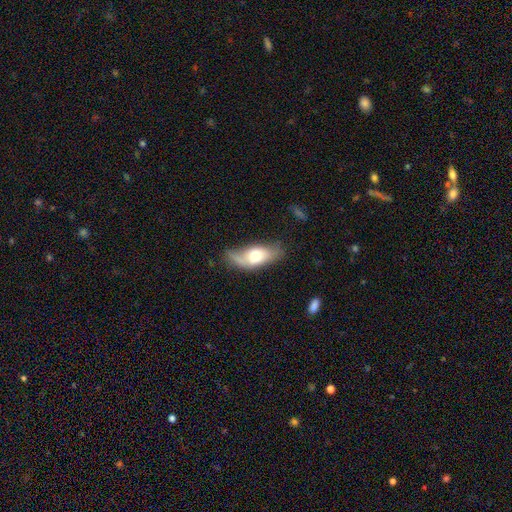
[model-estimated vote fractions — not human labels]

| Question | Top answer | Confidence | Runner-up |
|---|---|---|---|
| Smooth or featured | smooth | 58% | featured or disk (36%) |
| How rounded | in between | 82% | cigar-shaped (13%) |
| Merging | none | 43% | minor disturbance (34%) |